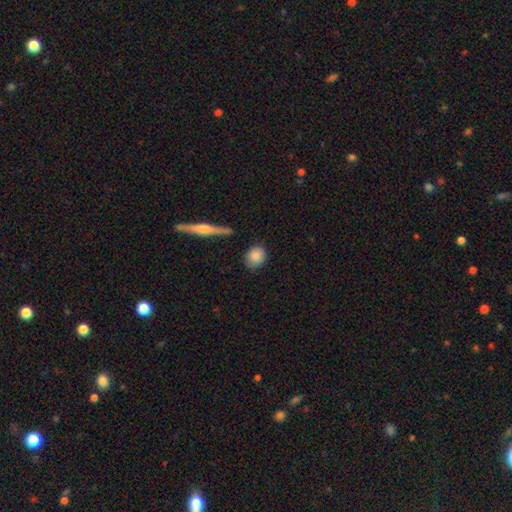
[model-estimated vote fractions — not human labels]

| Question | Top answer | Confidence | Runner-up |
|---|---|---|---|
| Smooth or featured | smooth | 85% | featured or disk (8%) |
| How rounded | round | 68% | in between (28%) |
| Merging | none | 81% | minor disturbance (12%) |